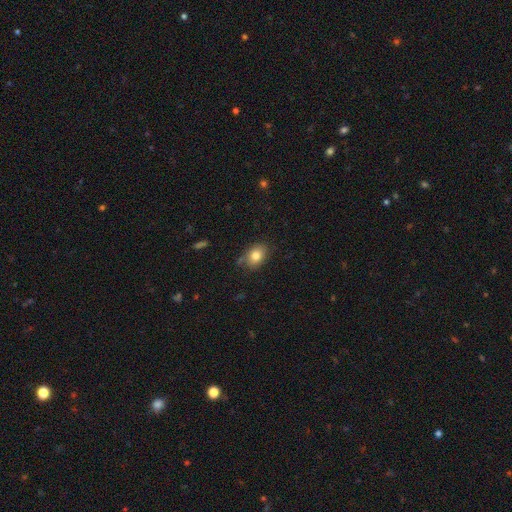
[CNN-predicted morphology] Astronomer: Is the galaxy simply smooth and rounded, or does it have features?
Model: smooth — 81%.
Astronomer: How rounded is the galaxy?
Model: in between — 72%.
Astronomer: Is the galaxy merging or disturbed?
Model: none — 74%.